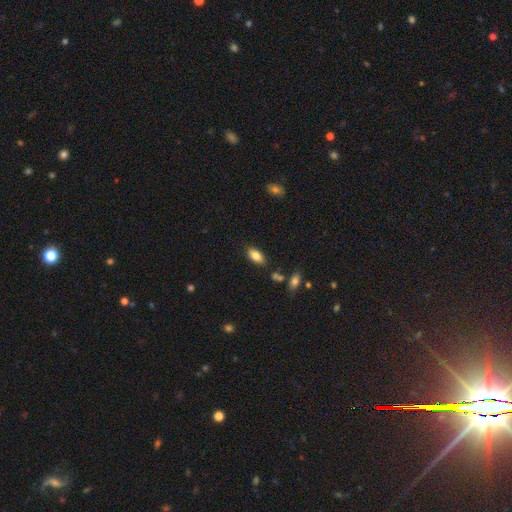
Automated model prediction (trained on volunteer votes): Morphology: type=smooth (84%); roundness=in between (91%); merging=none (82%).